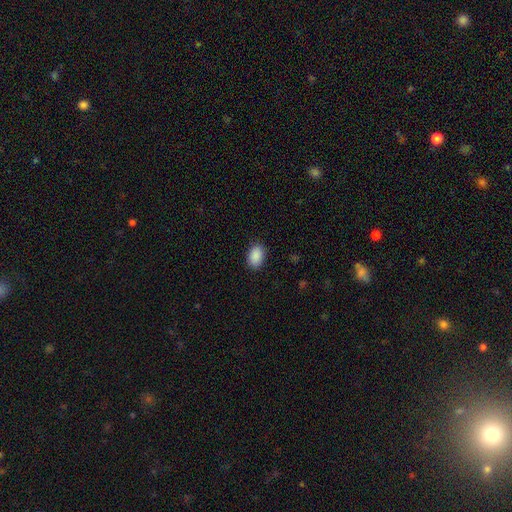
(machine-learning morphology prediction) Smooth or featured?
  - smooth: 90% *
  - star or artifact: 7%
  - featured or disk: 3%
How rounded?
  - in between: 89% *
  - round: 9%
  - cigar-shaped: 1%
Merging?
  - none: 88% *
  - minor disturbance: 9%
  - major disturbance: 2%
  - merger: 1%